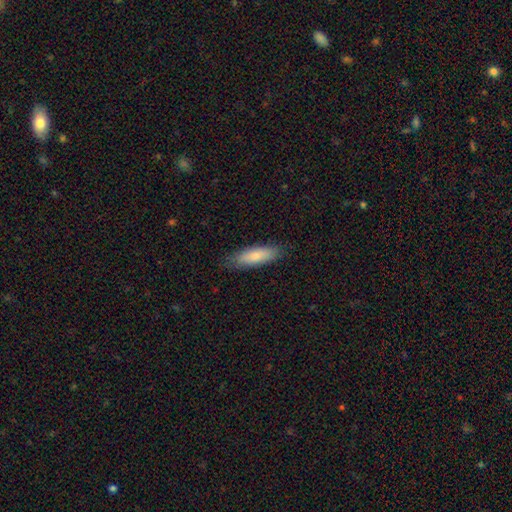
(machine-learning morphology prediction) A smooth galaxy with no disk features (82%) that is cigar-shaped (54%). Merging: none (84%).